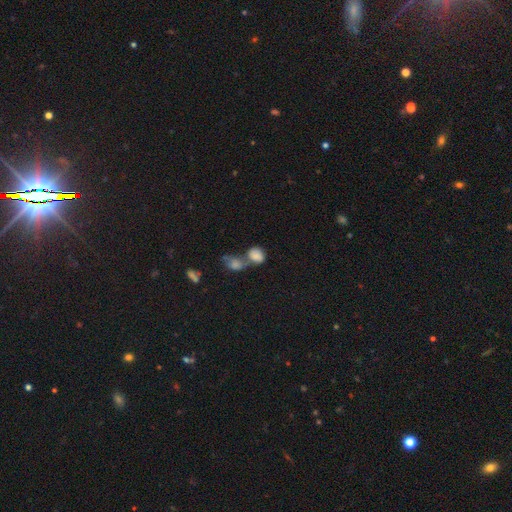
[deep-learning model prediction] A smooth galaxy with no disk features (80%) that is in between round and cigar-shaped (57%).

Vote fractions:
- Smooth or featured? smooth: 80% / featured or disk: 11% / star or artifact: 9%
- How rounded? in between: 57% / round: 42% / cigar-shaped: 2%
- Merging? merger: 63% / none: 22% / minor disturbance: 9% / major disturbance: 6%